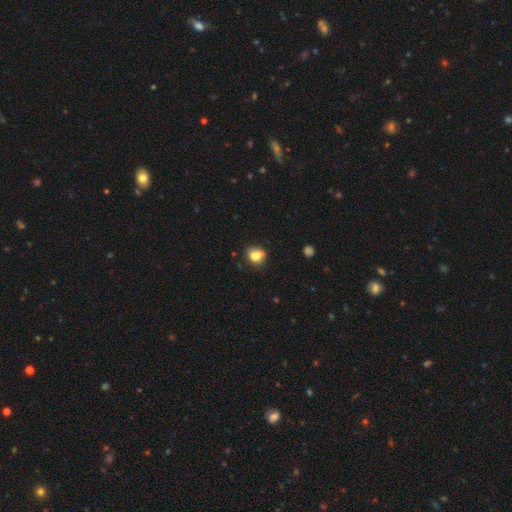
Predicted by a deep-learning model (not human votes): Smooth or featured: smooth — 79% (featured or disk — 11%)
How rounded: round — 54% (in between — 45%)
Merging: none — 57% (minor disturbance — 25%)